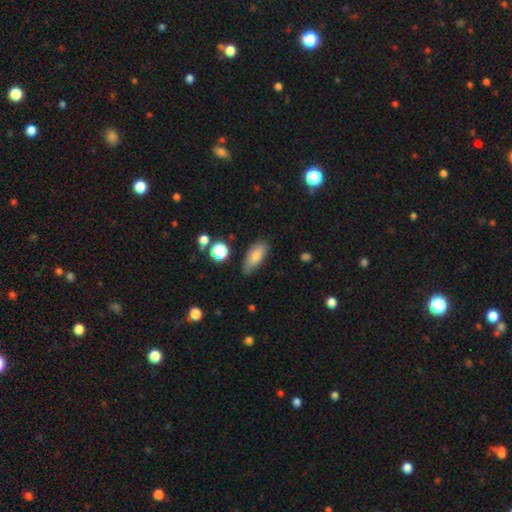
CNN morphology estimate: Overall: smooth (80%). How rounded: in between (82%). Merging: none (74%).